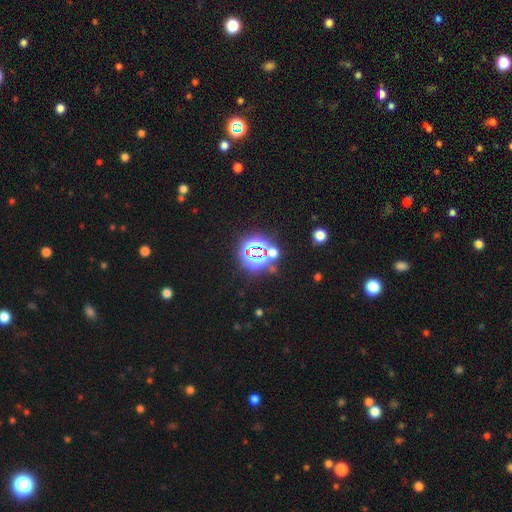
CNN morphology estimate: Smooth or featured: star or artifact — 72% (smooth — 19%)